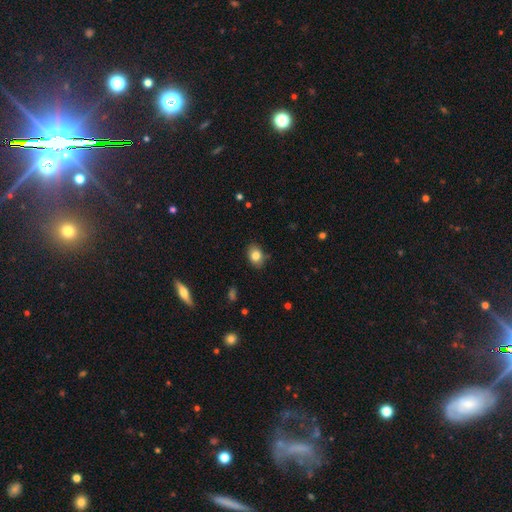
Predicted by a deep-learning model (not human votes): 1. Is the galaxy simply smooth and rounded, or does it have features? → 82% smooth, 9% star or artifact, 8% featured or disk.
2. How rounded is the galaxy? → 68% in between, 30% round, 1% cigar-shaped.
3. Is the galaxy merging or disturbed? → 83% none, 13% minor disturbance, 2% major disturbance, 2% merger.